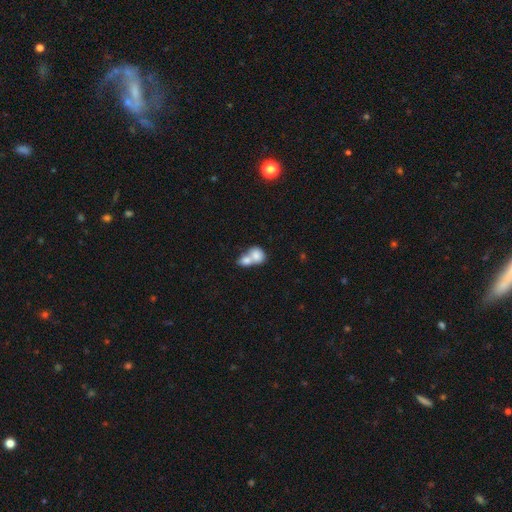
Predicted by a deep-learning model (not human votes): Morphology: type=smooth (78%); roundness=in between (53%); merging=merger (75%).